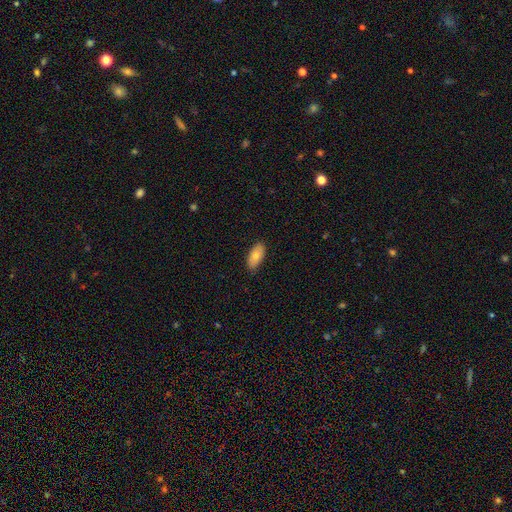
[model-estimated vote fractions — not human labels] Overall: smooth (76%). How rounded: in between (92%). Merging: none (84%).